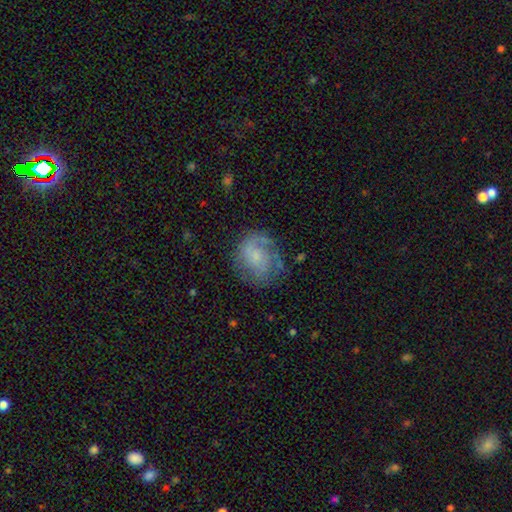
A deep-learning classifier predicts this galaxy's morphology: This appears to be a featured or disk galaxy (50%). Merging: none (58%).